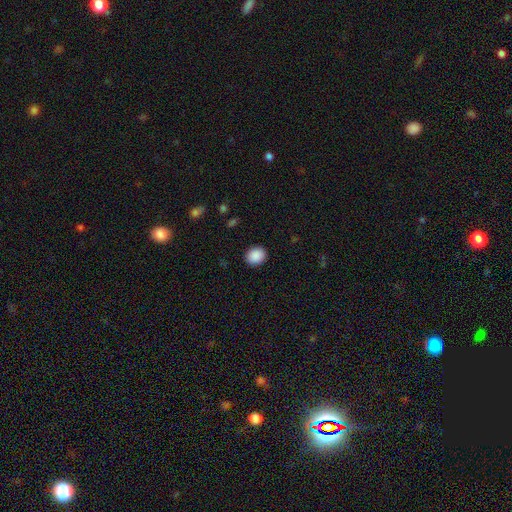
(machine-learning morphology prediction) smooth_or_featured: smooth (p=0.89) [alt: star or artifact p=0.08]
how_rounded: round (p=0.68) [alt: in between p=0.31]
merging: none (p=0.90) [alt: minor disturbance p=0.07]